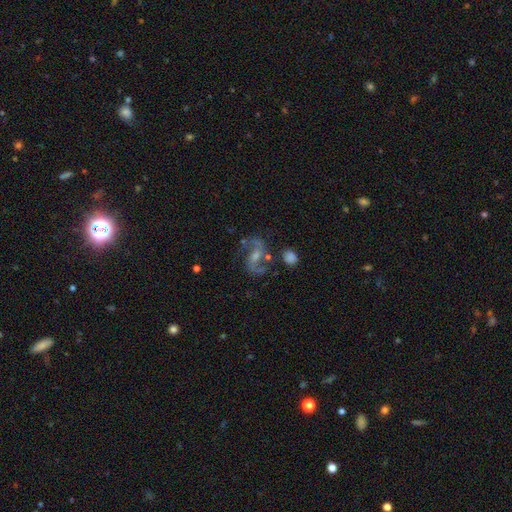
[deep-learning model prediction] smooth-or-featured: featured or disk: 84% | star or artifact: 9% | smooth: 7%
  disk-edge-on: no: 97% | yes: 3%
    bar: weak: 47% | no: 33% | strong: 20%
    has-spiral-arms: yes: 96% | no: 4%
      spiral-winding: loose: 51% | medium: 41% | tight: 8%
      spiral-arm-count: 2: 92% | can't tell: 3% | 1: 2% | 3: 1% | 4: 1% | more than 4: 1%
    bulge-size: moderate: 44% | small: 42% | none: 9% | large: 4% | dominant: 1%
  merging: none: 66% | minor disturbance: 15% | major disturbance: 10% | merger: 9%